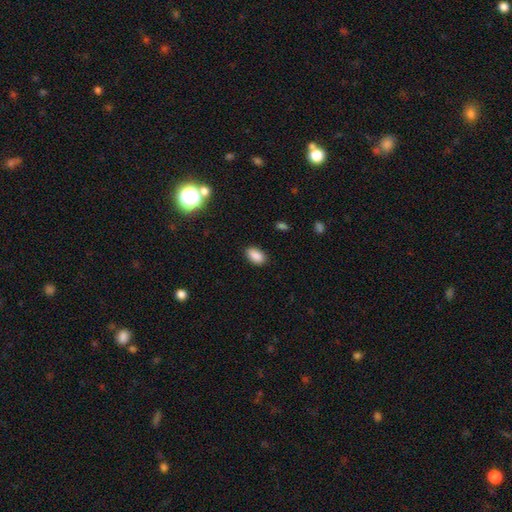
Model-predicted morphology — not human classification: smooth-or-featured: smooth: 88% | star or artifact: 9% | featured or disk: 4%
  how-rounded: in between: 92% | round: 5% | cigar-shaped: 2%
  merging: none: 87% | minor disturbance: 9% | major disturbance: 2% | merger: 1%